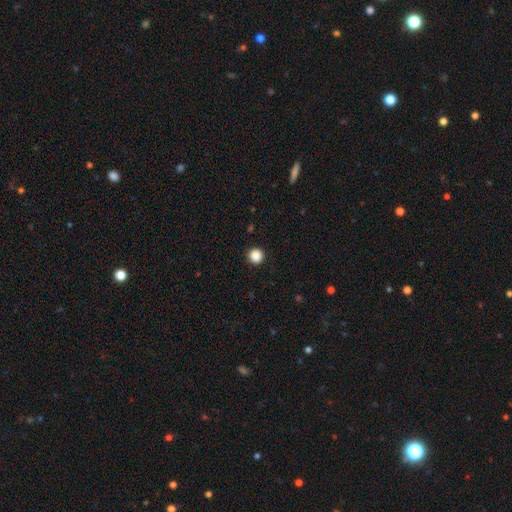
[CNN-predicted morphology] This is clearly a smooth galaxy (88%). How rounded: clearly round (95%). Merging: clearly none (93%).